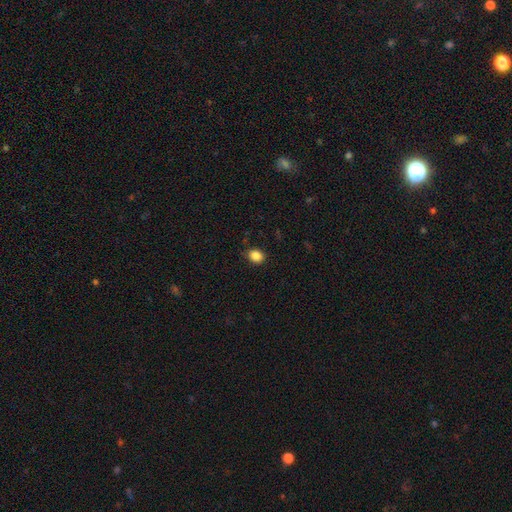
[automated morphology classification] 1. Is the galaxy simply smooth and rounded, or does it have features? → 87% smooth, 10% star or artifact, 3% featured or disk.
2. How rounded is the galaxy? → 56% round, 43% in between, 1% cigar-shaped.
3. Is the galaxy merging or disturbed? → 85% none, 11% minor disturbance, 3% major disturbance, 1% merger.